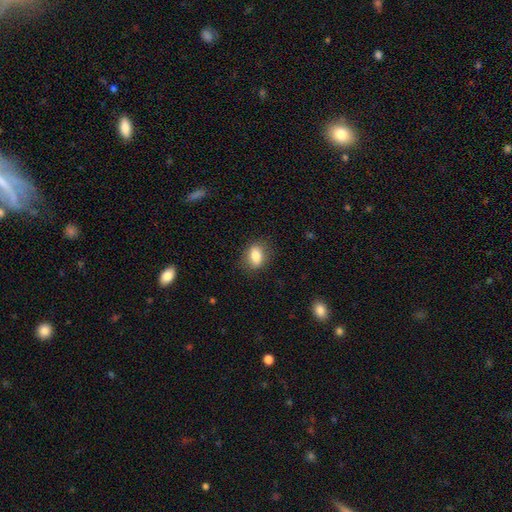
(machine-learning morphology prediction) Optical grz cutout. It shows a smooth galaxy with no disk features (81%) that is in between round and cigar-shaped (72%). Merging: none (82%).